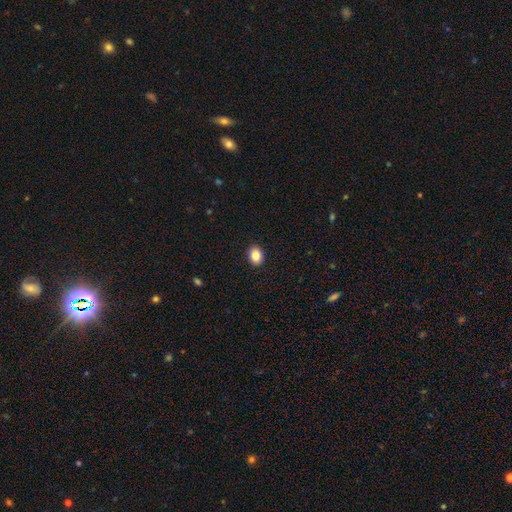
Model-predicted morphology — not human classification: This is clearly a smooth galaxy (86%). How rounded: possibly in between (57%). Merging: clearly none (91%).